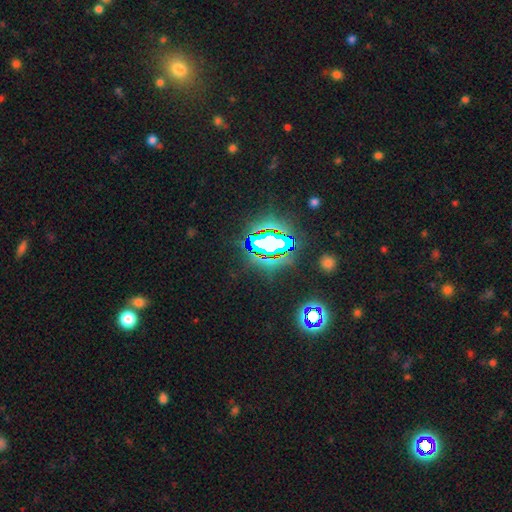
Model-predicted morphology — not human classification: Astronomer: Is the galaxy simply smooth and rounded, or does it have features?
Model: star or artifact — 73%.